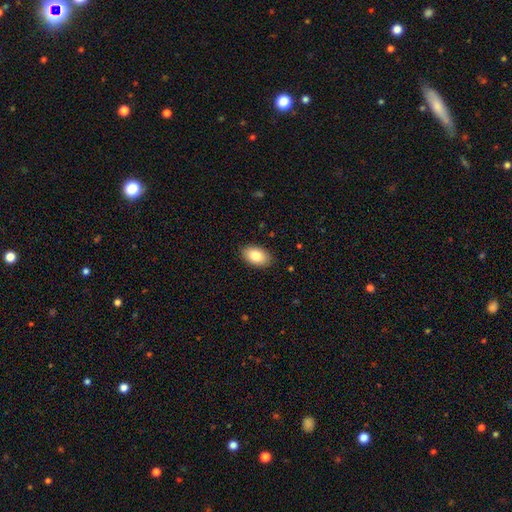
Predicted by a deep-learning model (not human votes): smooth-or-featured: smooth: 83% | featured or disk: 10% | star or artifact: 7%
  how-rounded: in between: 91% | round: 8% | cigar-shaped: 1%
  merging: none: 87% | minor disturbance: 10% | major disturbance: 2% | merger: 1%